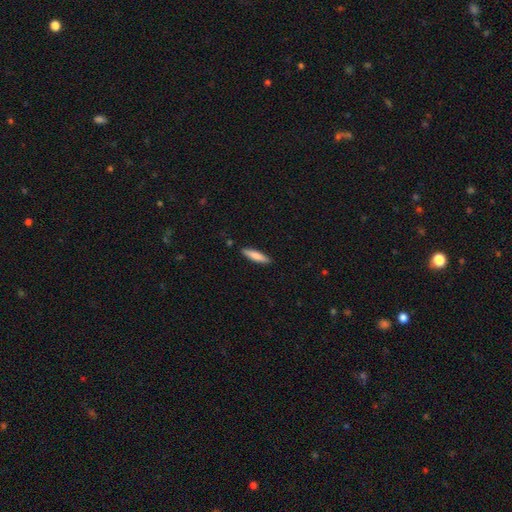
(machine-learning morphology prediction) Smooth or featured? smooth (79%)
How rounded? cigar-shaped (77%)
Merging? none (88%)